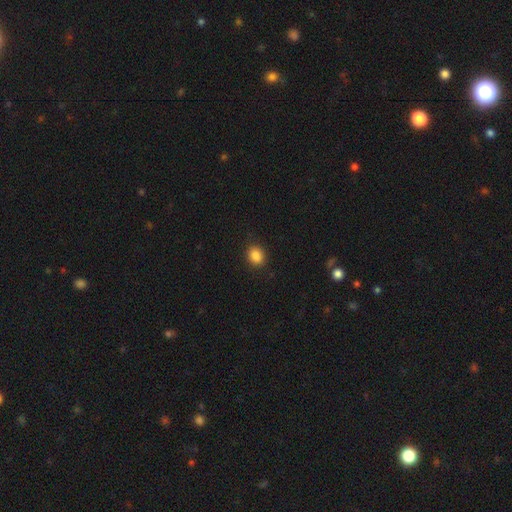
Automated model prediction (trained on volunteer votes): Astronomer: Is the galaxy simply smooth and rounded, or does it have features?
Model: smooth — 86%.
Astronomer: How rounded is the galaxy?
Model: round — 65%.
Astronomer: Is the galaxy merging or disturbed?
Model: none — 88%.